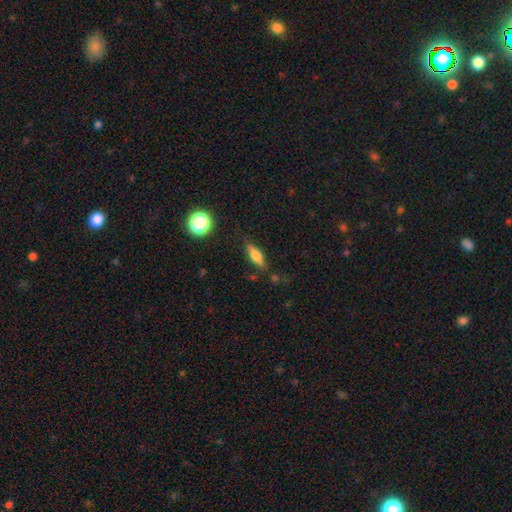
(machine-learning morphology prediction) A smooth galaxy with no disk features (71%) that is in between round and cigar-shaped (60%).

Vote fractions:
- Smooth or featured? smooth: 71% / featured or disk: 20% / star or artifact: 9%
- How rounded? in between: 60% / cigar-shaped: 36% / round: 4%
- Merging? none: 78% / minor disturbance: 15% / major disturbance: 4% / merger: 3%